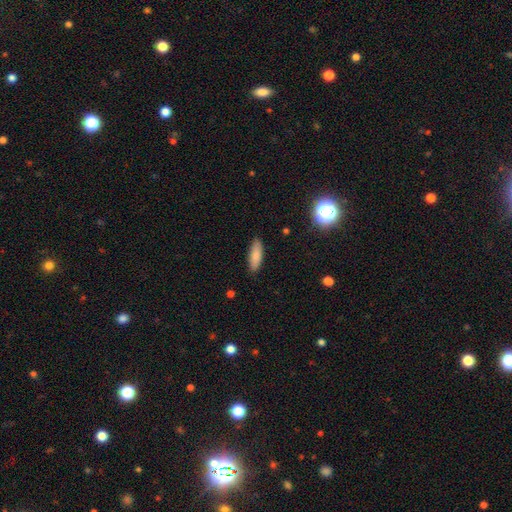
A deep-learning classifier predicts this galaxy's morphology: type=smooth (84%); roundness=in between (57%); merging=none (87%).